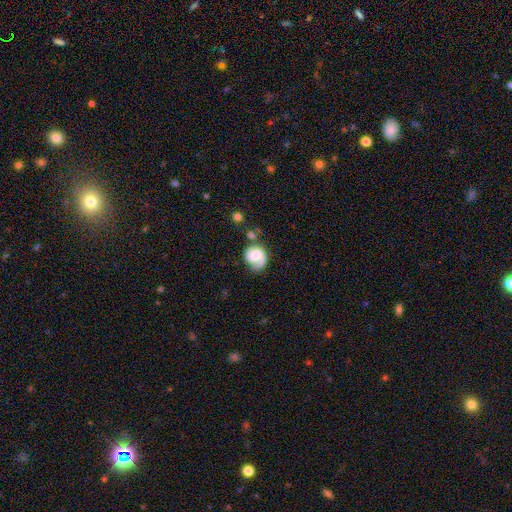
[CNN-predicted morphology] smooth_or_featured: featured or disk (p=0.64) [alt: smooth p=0.29]
disk_edge_on: no (p=0.98) [alt: yes p=0.02]
bar: no (p=0.50) [alt: weak p=0.39]
has_spiral_arms: yes (p=0.92) [alt: no p=0.08]
spiral_winding: medium (p=0.40) [alt: tight p=0.34]
spiral_arm_count: 1 (p=0.51) [alt: 2 p=0.42]
bulge_size: moderate (p=0.31) [alt: small p=0.25]
merging: none (p=0.54) [alt: minor disturbance p=0.23]